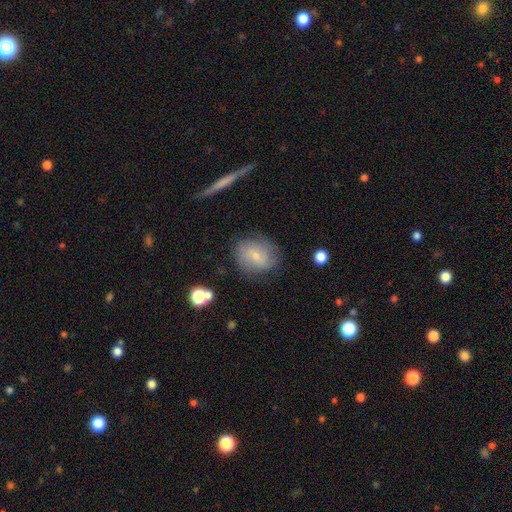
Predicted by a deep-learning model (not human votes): smooth 53%, featured or disk 38%, star or artifact 9%. Down the decision tree: how rounded — round (56%); merging — none (74%).